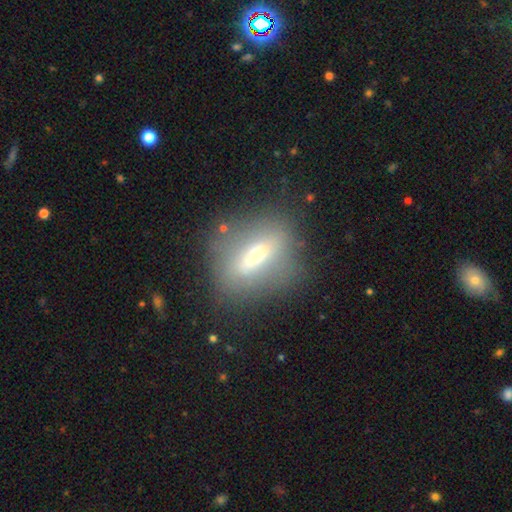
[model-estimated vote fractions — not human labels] Smooth or featured? Predicted: smooth (p=0.45). Merging? Predicted: none (p=0.69).